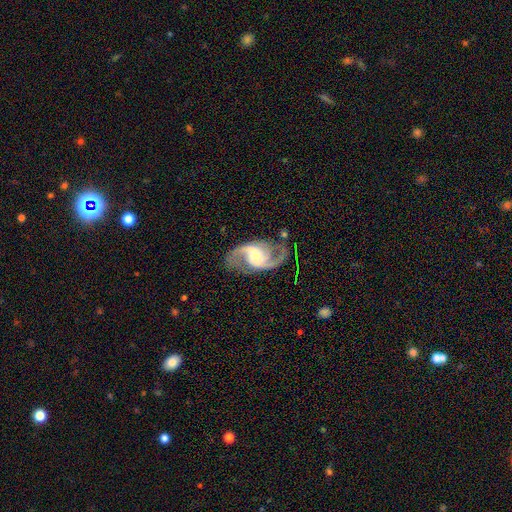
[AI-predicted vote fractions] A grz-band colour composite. It shows a featured or disk galaxy (91%) with no bar (43%), 2 (93%) medium (53%) spiral arms (98%) and a small central bulge (45%). Merging: none (78%).